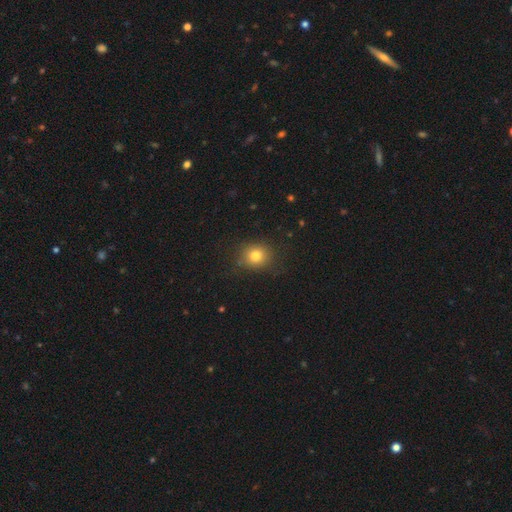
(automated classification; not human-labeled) smooth-or-featured: smooth: 80% | star or artifact: 12% | featured or disk: 8%
  how-rounded: round: 77% | in between: 22% | cigar-shaped: 1%
  merging: none: 82% | minor disturbance: 12% | major disturbance: 4% | merger: 1%